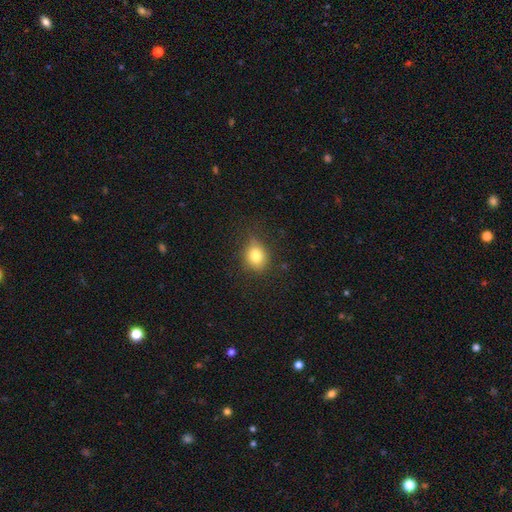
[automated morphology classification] Smooth or featured? smooth (79%)
How rounded? round (61%)
Merging? none (75%)